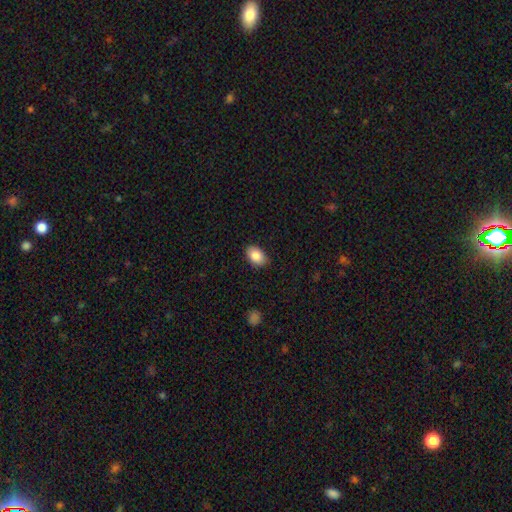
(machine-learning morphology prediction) Overall: smooth (87%). How rounded: in between (86%). Merging: none (86%).